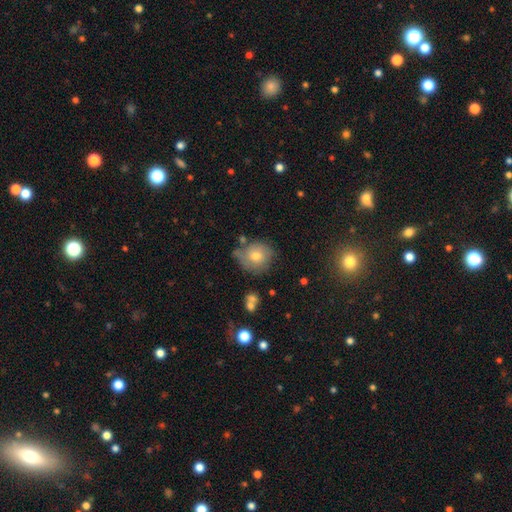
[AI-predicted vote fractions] Smooth or featured? Predicted: smooth (p=0.65). How rounded? Predicted: round (p=0.85). Merging? Predicted: none (p=0.63).